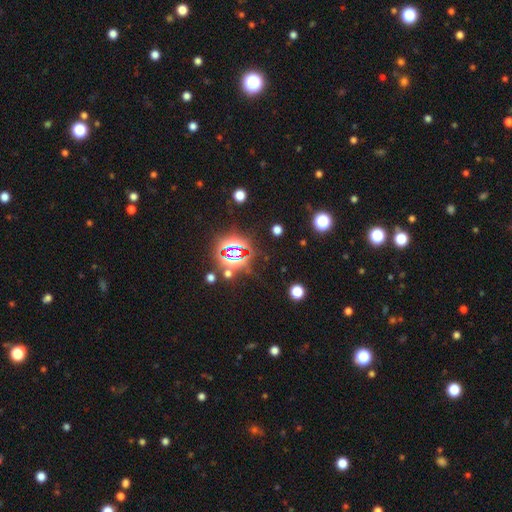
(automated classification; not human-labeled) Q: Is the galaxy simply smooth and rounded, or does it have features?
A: star or artifact — 78%.